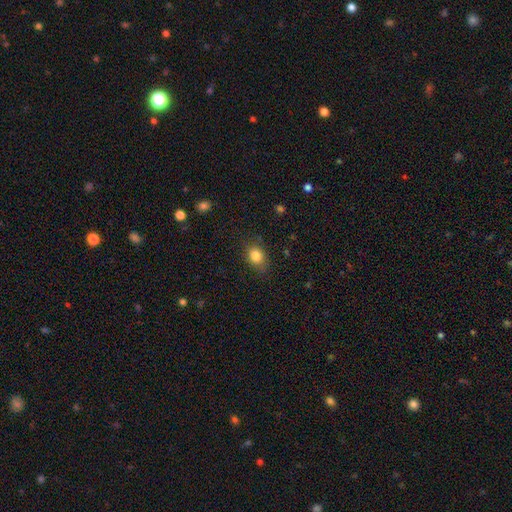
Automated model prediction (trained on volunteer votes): Smooth or featured? smooth (83%)
How rounded? in between (56%)
Merging? none (77%)